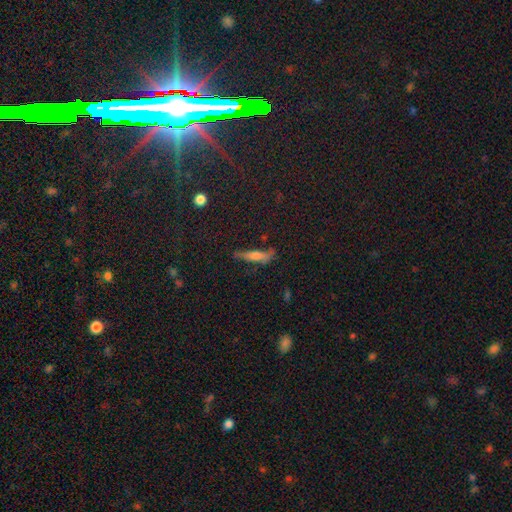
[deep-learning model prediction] The model was most divided on "smooth or featured": smooth: 52%, featured or disk: 34%, star or artifact: 14%. More confident: how rounded — cigar-shaped (81%); merging — none (66%).